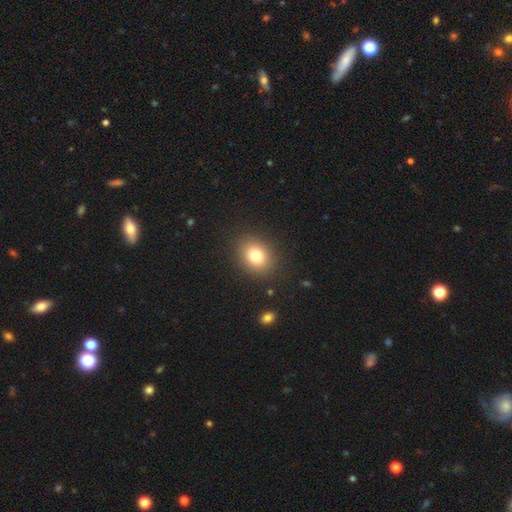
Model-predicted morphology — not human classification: Smooth or featured? Predicted: smooth (p=0.79). How rounded? Predicted: round (p=0.54). Merging? Predicted: none (p=0.88).